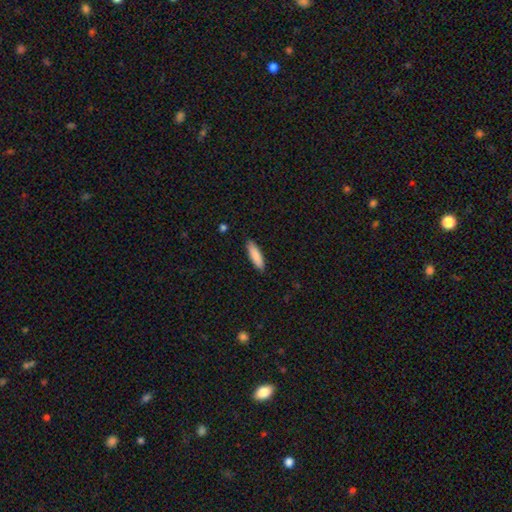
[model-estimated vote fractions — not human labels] Smooth or featured? Predicted: smooth (p=0.87). How rounded? Predicted: cigar-shaped (p=0.57). Merging? Predicted: none (p=0.88).